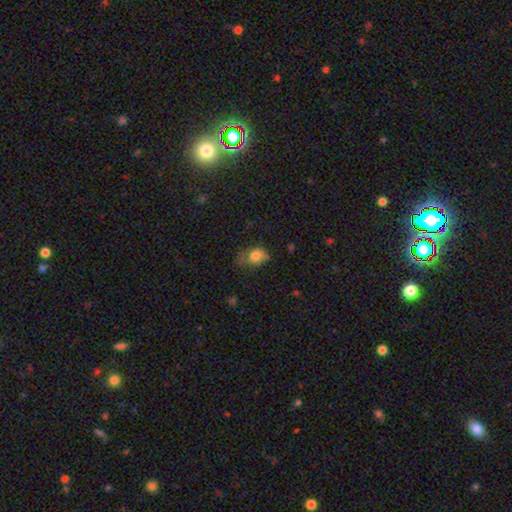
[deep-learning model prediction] This appears to be a smooth galaxy with no disk features (73%) that is in between round and cigar-shaped (69%). Merging: none (42%).